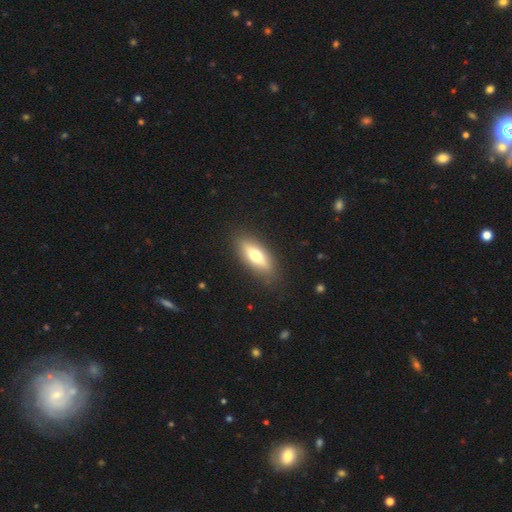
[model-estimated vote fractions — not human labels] smooth_or_featured: smooth (p=0.63) [alt: featured or disk p=0.30]
how_rounded: in between (p=0.66) [alt: cigar-shaped p=0.31]
merging: none (p=0.86) [alt: minor disturbance p=0.10]